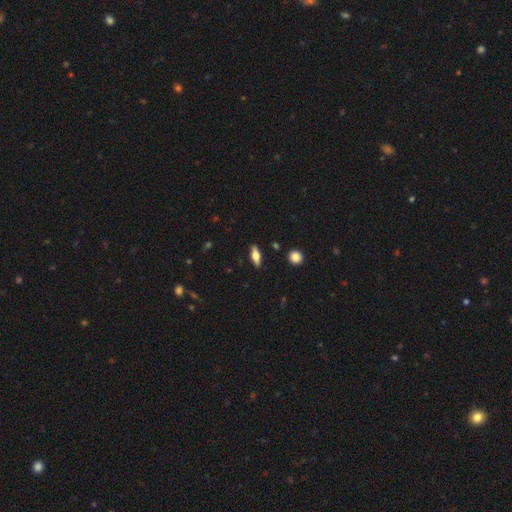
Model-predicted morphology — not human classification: This appears to be a smooth galaxy with no disk features (57%) that is in between round and cigar-shaped (66%). Merging: none (88%).